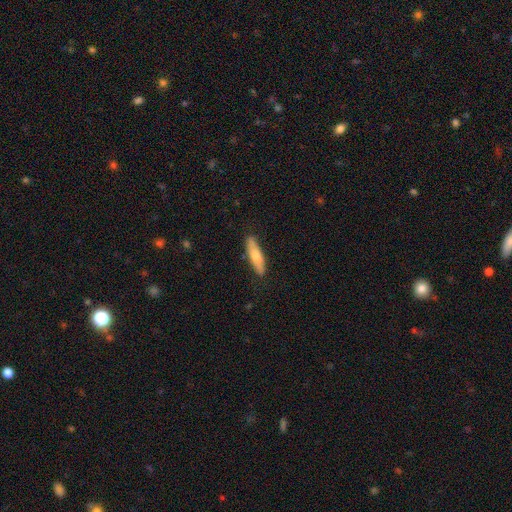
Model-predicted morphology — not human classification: smooth_or_featured: smooth (p=0.72) [alt: featured or disk p=0.23]
how_rounded: cigar-shaped (p=0.68) [alt: in between p=0.30]
merging: none (p=0.85) [alt: minor disturbance p=0.12]